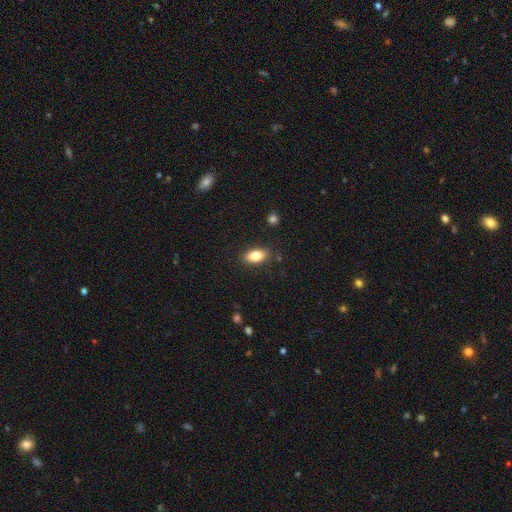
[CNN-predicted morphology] This appears to be a smooth galaxy with no disk features (81%) that is in between round and cigar-shaped (88%). Merging: none (85%).